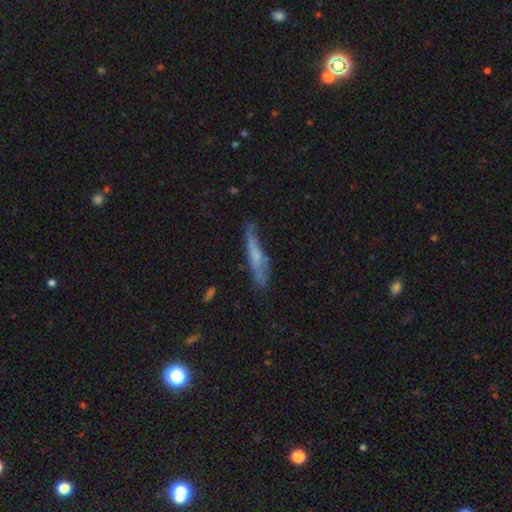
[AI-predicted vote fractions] This appears to be a featured or disk galaxy (46%, tied with smooth). Merging: none (62%).